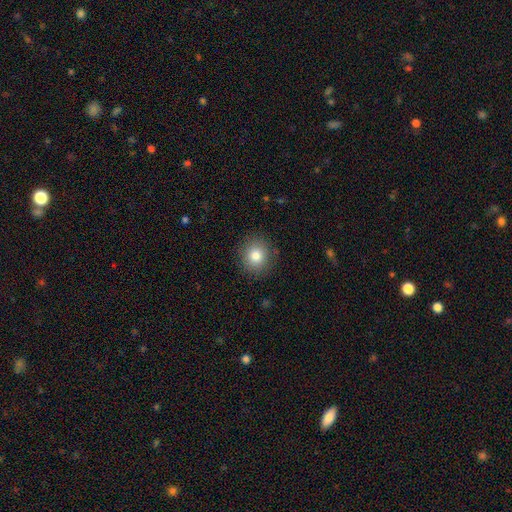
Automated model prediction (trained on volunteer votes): Smooth or featured? smooth (81%)
How rounded? round (85%)
Merging? none (88%)